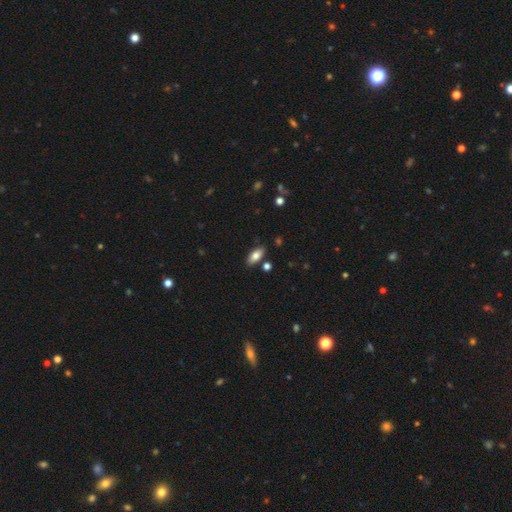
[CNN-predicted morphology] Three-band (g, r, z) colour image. It shows a smooth galaxy with no disk features (79%) that is in between round and cigar-shaped (87%). Merging: none (82%).